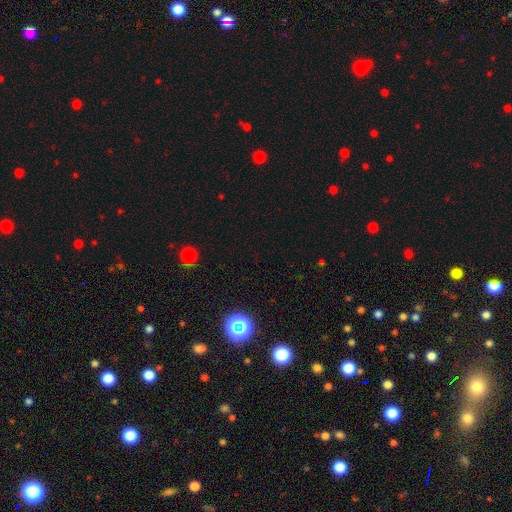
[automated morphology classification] Smooth or featured?
  - star or artifact: 65% *
  - smooth: 27%
  - featured or disk: 8%